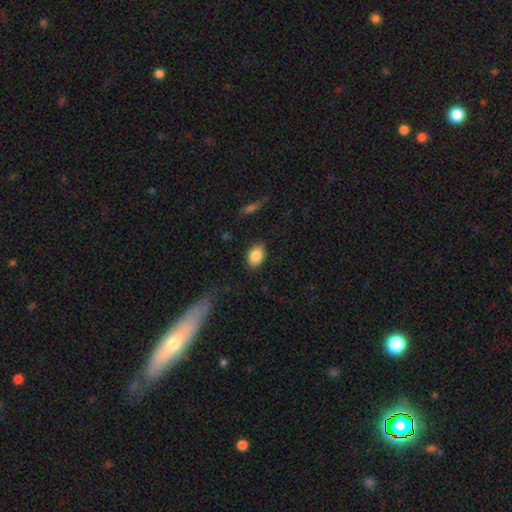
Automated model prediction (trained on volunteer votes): Smooth or featured? smooth (86%)
How rounded? in between (83%)
Merging? none (85%)